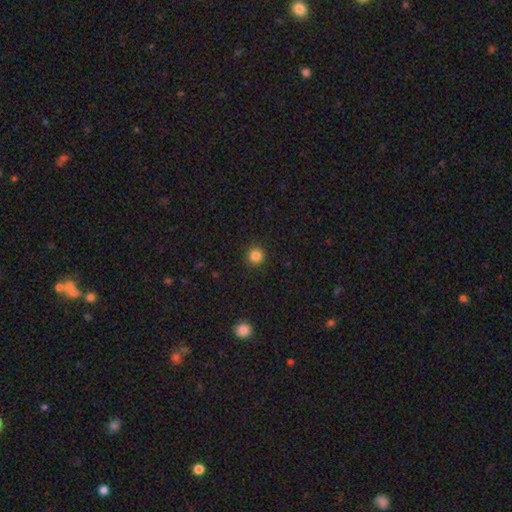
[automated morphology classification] A smooth galaxy with no disk features (85%) that is round (95%). Merging: none (92%).